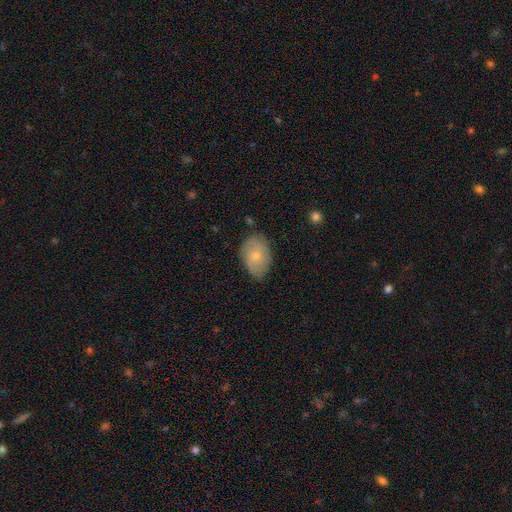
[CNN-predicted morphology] smooth 58%, featured or disk 36%, star or artifact 7%. Down the decision tree: how rounded — in between (81%); merging — none (71%).